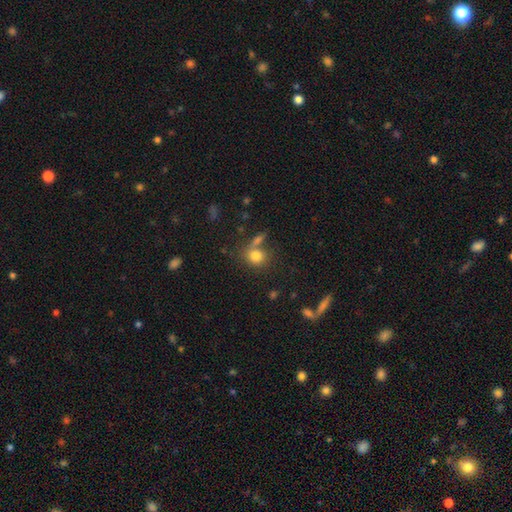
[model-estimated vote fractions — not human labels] Overall: smooth (80%). How rounded: round (68%; in between 30%). Merging: none (56%; merger 25%).